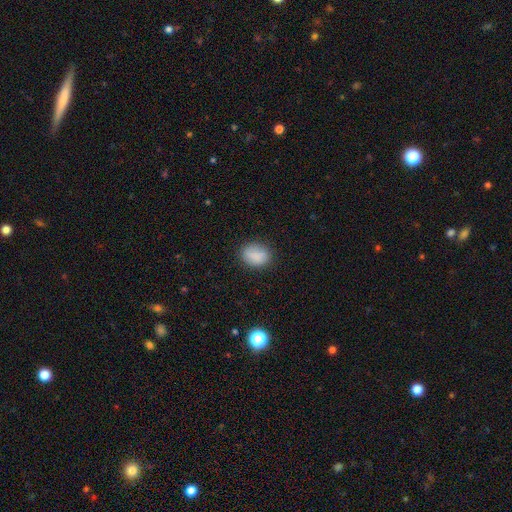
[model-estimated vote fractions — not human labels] smooth 86%, star or artifact 9%, featured or disk 6%. Down the decision tree: how rounded — in between (65%); merging — none (81%).